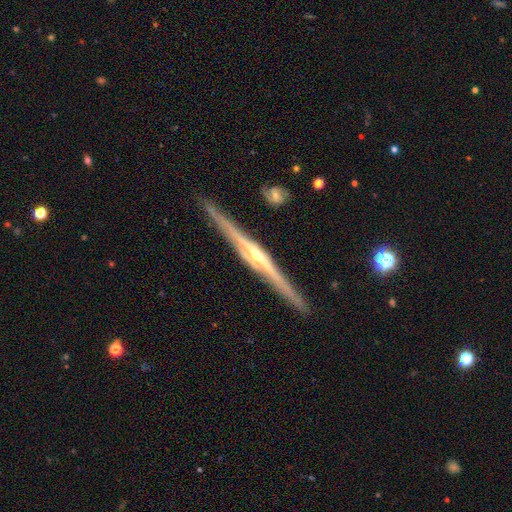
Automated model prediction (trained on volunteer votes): Smooth or featured?
  - featured or disk: 88% *
  - smooth: 7%
  - star or artifact: 5%
Edge-on disk?
  - yes: 98% *
  - no: 2%
Edge-on bulge?
  - rounded: 83% *
  - boxy: 9%
  - none: 8%
Merging?
  - none: 87% *
  - minor disturbance: 9%
  - merger: 2%
  - major disturbance: 2%